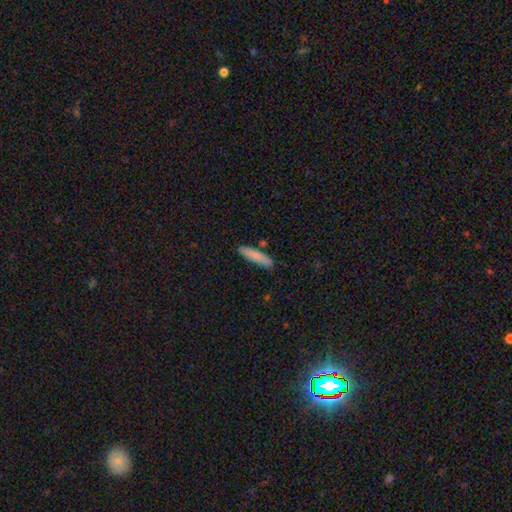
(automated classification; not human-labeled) smooth-or-featured: smooth: 81% | featured or disk: 13% | star or artifact: 6%
  how-rounded: cigar-shaped: 84% | in between: 15% | round: 1%
  merging: none: 84% | minor disturbance: 11% | merger: 3% | major disturbance: 2%